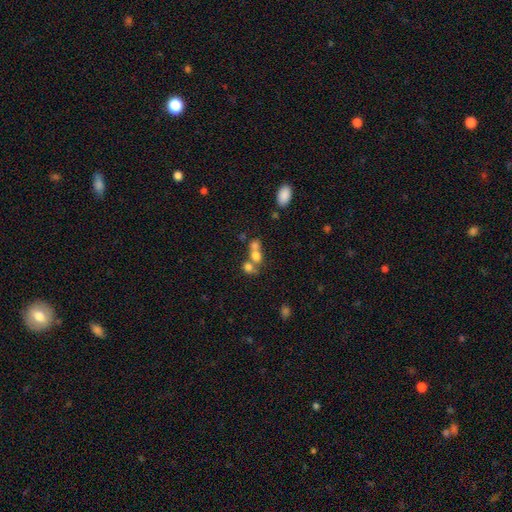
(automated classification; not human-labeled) The model was most divided on "how rounded": round: 59%, in between: 39%, cigar-shaped: 2%. More confident: smooth or featured — smooth (69%); merging — merger (60%).